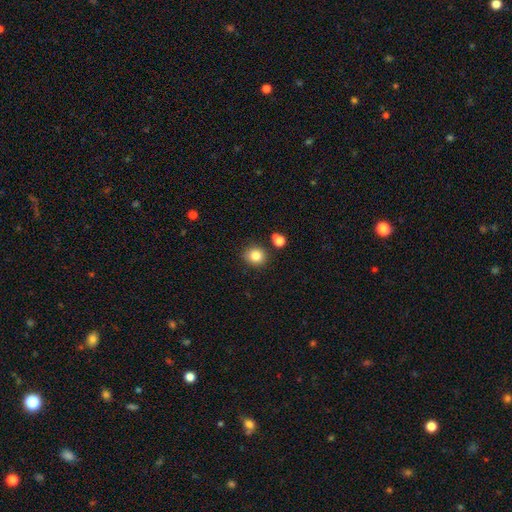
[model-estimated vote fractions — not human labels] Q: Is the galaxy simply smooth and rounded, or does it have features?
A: smooth — 84%.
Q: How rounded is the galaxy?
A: round — 79%.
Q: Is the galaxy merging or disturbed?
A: none — 82%.